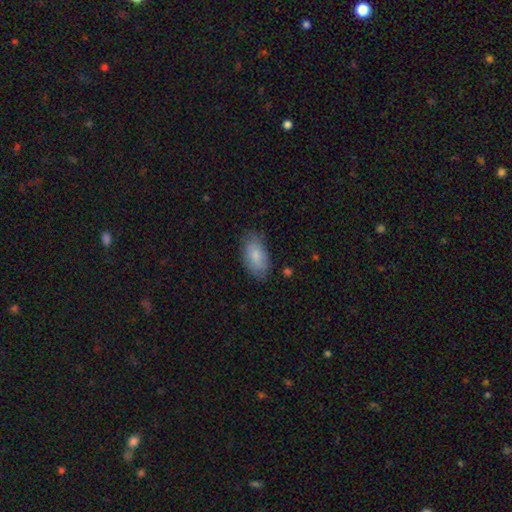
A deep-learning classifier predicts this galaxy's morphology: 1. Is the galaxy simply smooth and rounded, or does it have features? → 82% smooth, 12% featured or disk, 6% star or artifact.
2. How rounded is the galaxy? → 94% in between, 3% round, 3% cigar-shaped.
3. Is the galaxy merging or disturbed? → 77% none, 18% minor disturbance, 4% major disturbance, 1% merger.